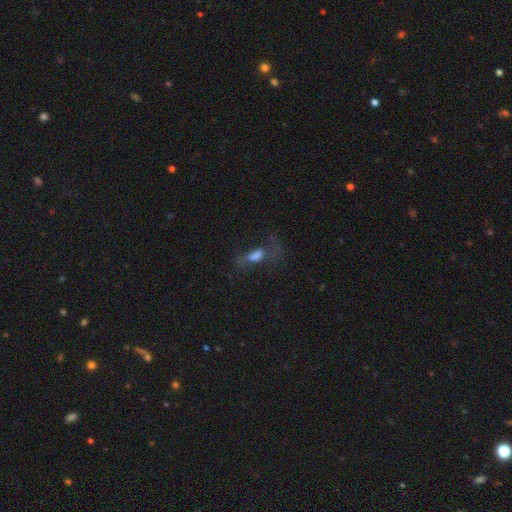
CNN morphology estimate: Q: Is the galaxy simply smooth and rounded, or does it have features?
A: smooth — 52%.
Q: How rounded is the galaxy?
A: in between — 65%.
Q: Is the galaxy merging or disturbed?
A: major disturbance — 39%.